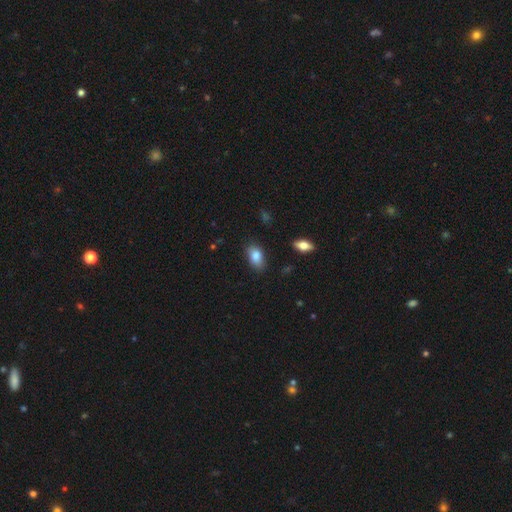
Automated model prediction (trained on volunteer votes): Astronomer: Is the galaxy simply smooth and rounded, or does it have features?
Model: smooth — 85%.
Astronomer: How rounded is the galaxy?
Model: in between — 90%.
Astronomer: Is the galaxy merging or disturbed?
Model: none — 80%.